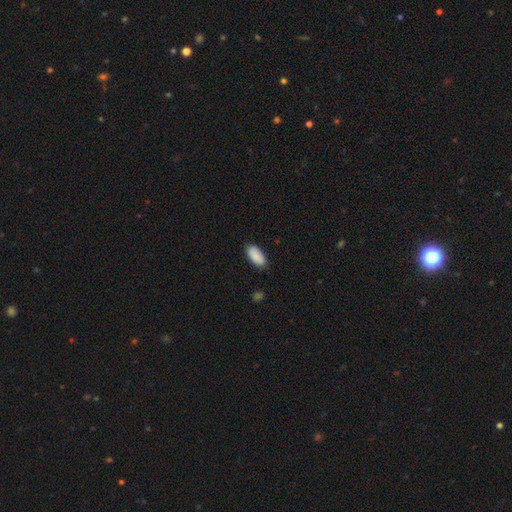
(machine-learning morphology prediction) Smooth or featured? Predicted: smooth (p=0.90). How rounded? Predicted: in between (p=0.92). Merging? Predicted: none (p=0.86).